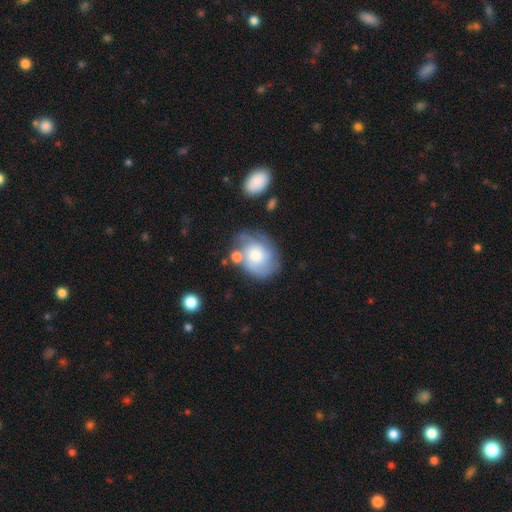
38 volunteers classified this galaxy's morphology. smooth_or_featured: smooth (p=0.50) [tied with: featured or disk p=0.50]
how_rounded: in between (p=0.84) [alt: round p=0.16]
merging: none (p=0.61) [alt: minor disturbance p=0.16]